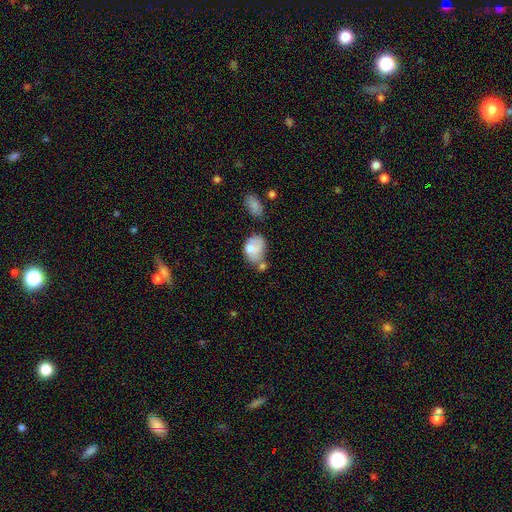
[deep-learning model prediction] Smooth or featured?
  - smooth: 65% *
  - featured or disk: 26%
  - star or artifact: 9%
How rounded?
  - in between: 72% *
  - round: 26%
  - cigar-shaped: 1%
Merging?
  - merger: 32% *
  - none: 26%
  - minor disturbance: 24%
  - major disturbance: 18%